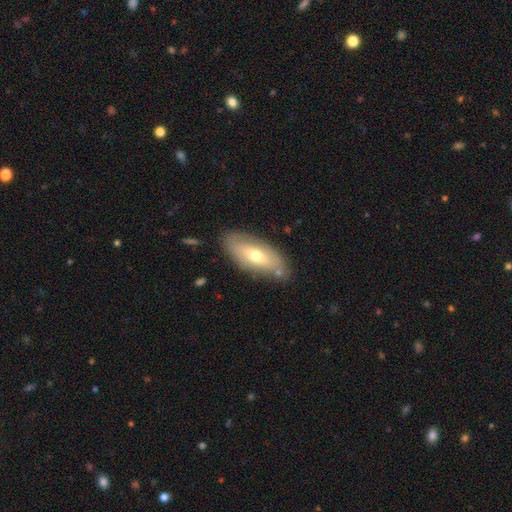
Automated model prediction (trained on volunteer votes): smooth 58%, featured or disk 36%, star or artifact 6%. Down the decision tree: how rounded — in between (82%); merging — none (78%).